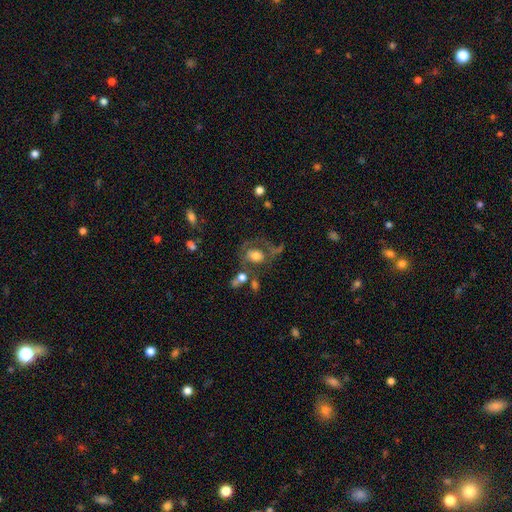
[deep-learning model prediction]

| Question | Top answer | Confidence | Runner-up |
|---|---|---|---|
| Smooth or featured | featured or disk | 46% | smooth (44%) |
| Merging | none | 38% | major disturbance (29%) |